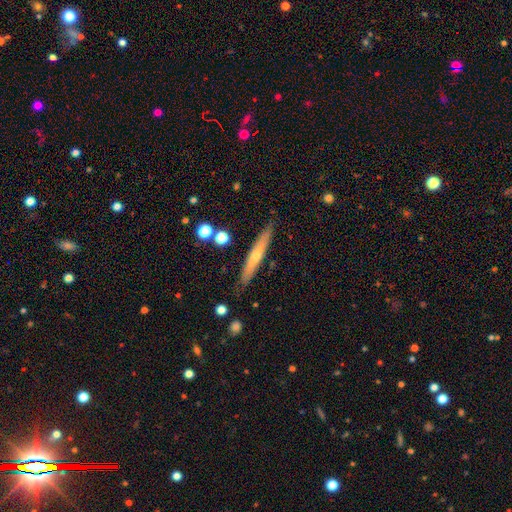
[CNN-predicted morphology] Smooth or featured: featured or disk — 47% (tied with smooth — 47%)
Merging: none — 86% (minor disturbance — 10%)